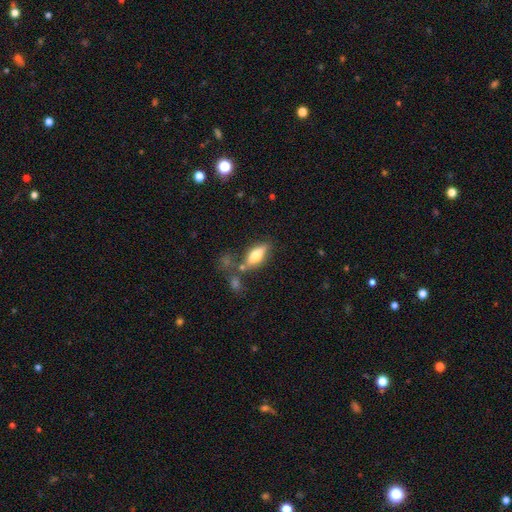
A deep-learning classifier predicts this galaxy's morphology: Smooth or featured? smooth (64%)
How rounded? in between (65%)
Merging? none (62%)